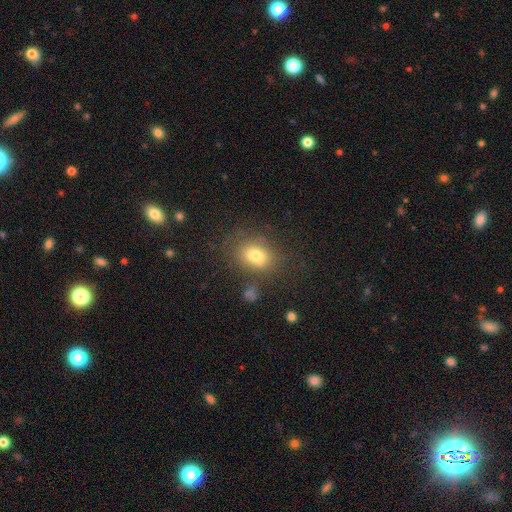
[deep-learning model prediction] This appears to be a smooth galaxy with no disk features (76%) that is in between round and cigar-shaped (62%). Merging: none (69%).